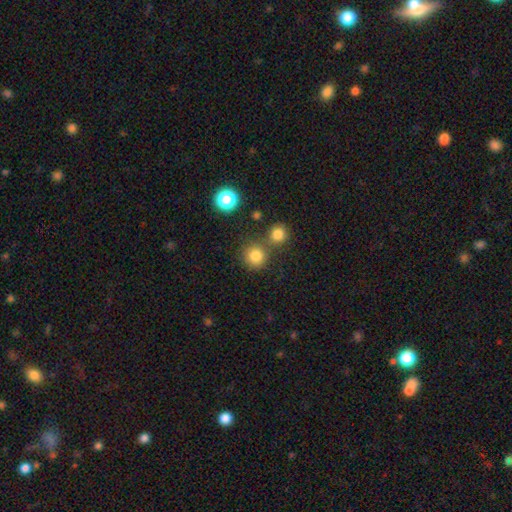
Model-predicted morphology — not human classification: Smooth or featured? smooth (80%)
How rounded? round (92%)
Merging? none (70%)